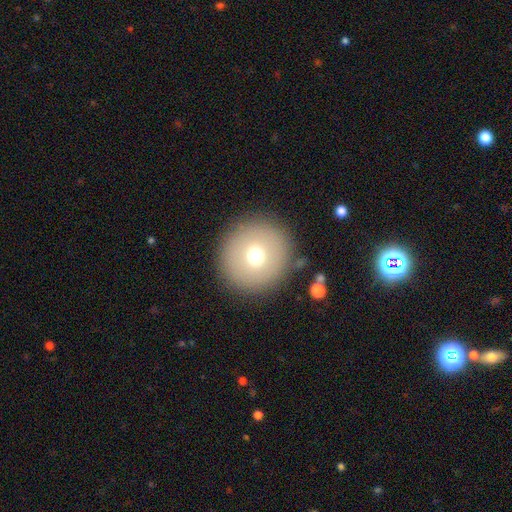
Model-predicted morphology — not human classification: This is likely a smooth galaxy (69%). How rounded: clearly round (95%). Merging: clearly none (88%).